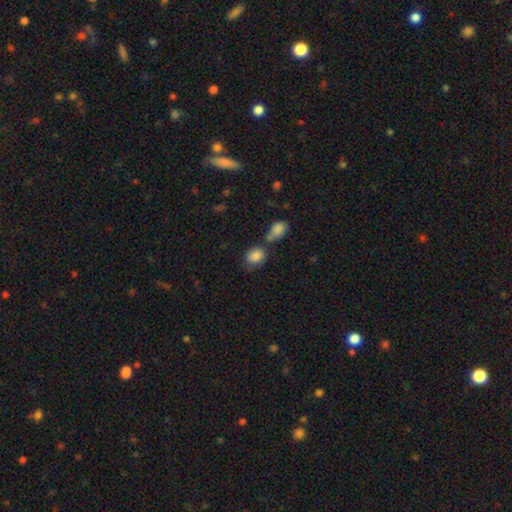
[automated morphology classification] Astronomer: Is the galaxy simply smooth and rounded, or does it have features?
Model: smooth — 86%.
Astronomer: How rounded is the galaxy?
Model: in between — 60% (runner-up: round, 39%).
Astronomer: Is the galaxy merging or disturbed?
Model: none — 50% (runner-up: merger, 26%).